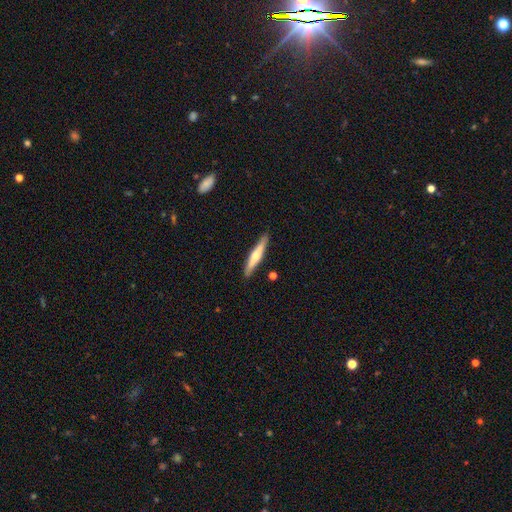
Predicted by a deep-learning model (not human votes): smooth_or_featured: featured or disk (p=0.49) [alt: smooth p=0.45]
merging: none (p=0.89) [alt: minor disturbance p=0.08]